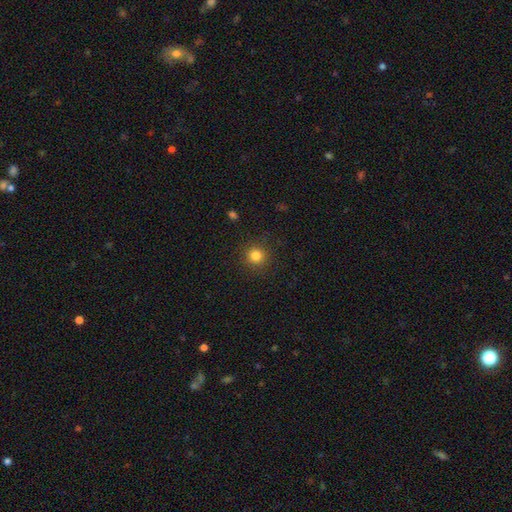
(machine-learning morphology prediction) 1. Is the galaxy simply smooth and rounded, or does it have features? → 82% smooth, 13% star or artifact, 5% featured or disk.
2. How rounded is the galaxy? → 94% round, 5% in between, 1% cigar-shaped.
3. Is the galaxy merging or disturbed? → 90% none, 7% minor disturbance, 2% major disturbance, 1% merger.